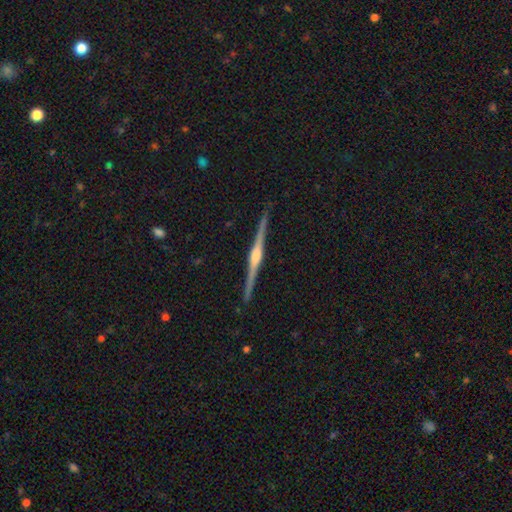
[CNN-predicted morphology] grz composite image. It shows a featured or disk galaxy (89%) viewed edge-on (99%) with a rounded central bulge (83%). Merging: none (92%).